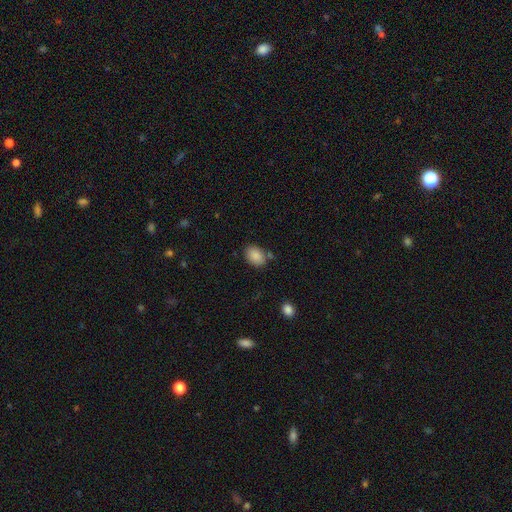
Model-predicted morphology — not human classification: smooth 88%, star or artifact 8%, featured or disk 5%. Down the decision tree: how rounded — in between (76%); merging — none (76%).